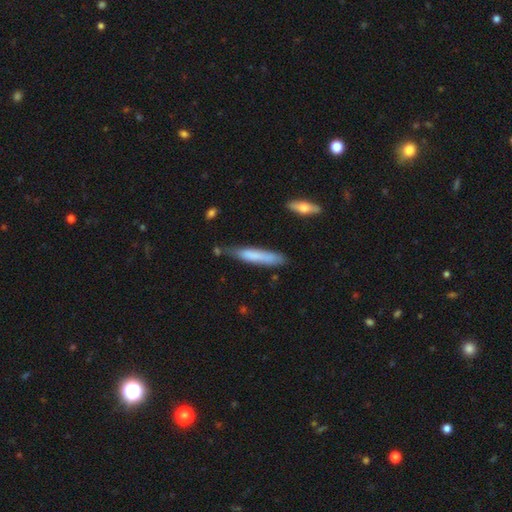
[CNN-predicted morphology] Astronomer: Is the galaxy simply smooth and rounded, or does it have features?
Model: smooth — 72%.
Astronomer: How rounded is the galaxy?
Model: cigar-shaped — 90%.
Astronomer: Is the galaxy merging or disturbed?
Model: none — 68%.